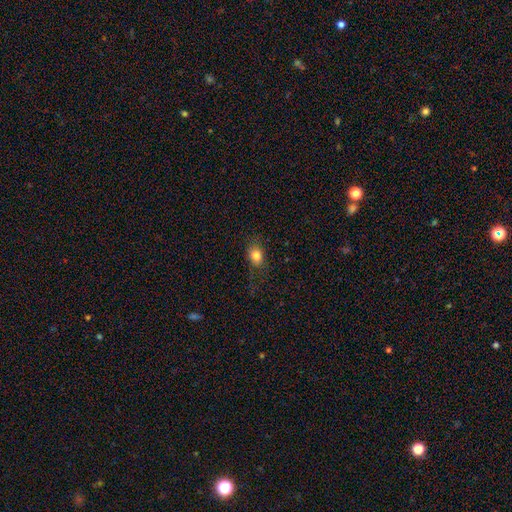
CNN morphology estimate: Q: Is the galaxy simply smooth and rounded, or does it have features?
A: smooth — 81%.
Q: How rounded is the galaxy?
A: in between — 53%.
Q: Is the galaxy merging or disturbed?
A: none — 75%.